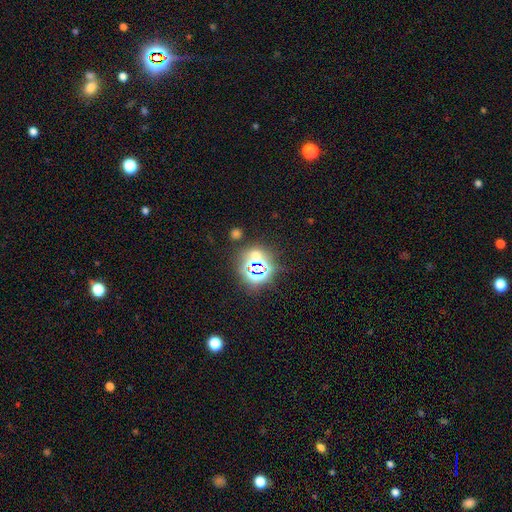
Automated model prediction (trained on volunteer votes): This appears to be a star or artifact, not a galaxy (67%).